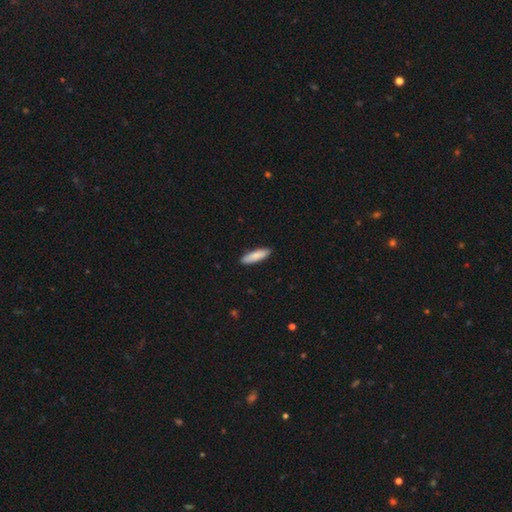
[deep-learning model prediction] Smooth or featured? Predicted: smooth (p=0.87). How rounded? Predicted: cigar-shaped (p=0.64). Merging? Predicted: none (p=0.90).